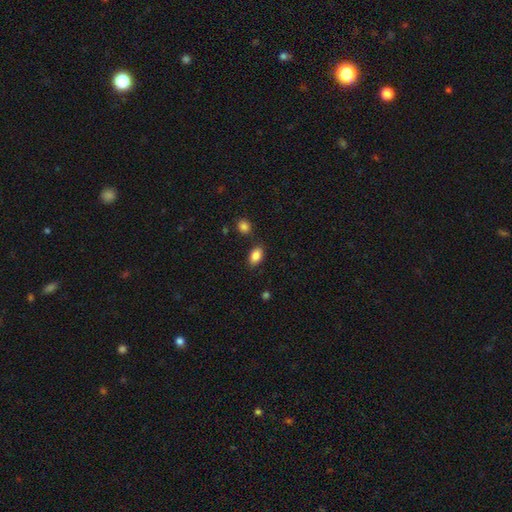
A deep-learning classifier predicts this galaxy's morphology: This is clearly a smooth galaxy (86%). How rounded: clearly in between (89%). Merging: clearly none (81%).